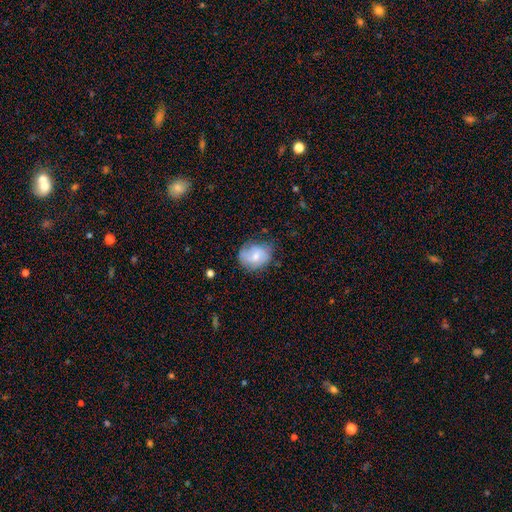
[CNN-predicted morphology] This is possibly a smooth galaxy (58%). How rounded: possibly round (56%). Merging: possibly none (57%).